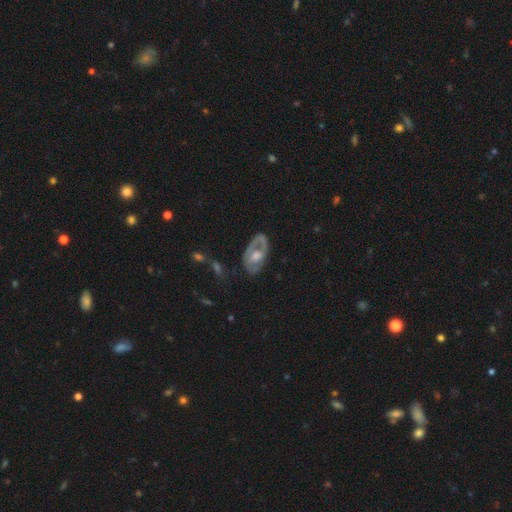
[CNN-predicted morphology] smooth_or_featured: featured or disk (p=0.67) [alt: smooth p=0.27]
disk_edge_on: no (p=0.93) [alt: yes p=0.07]
bar: no (p=0.72) [alt: weak p=0.22]
has_spiral_arms: yes (p=0.52) [alt: no p=0.48]
bulge_size: moderate (p=0.53) [alt: large p=0.27]
merging: none (p=0.61) [alt: minor disturbance p=0.22]